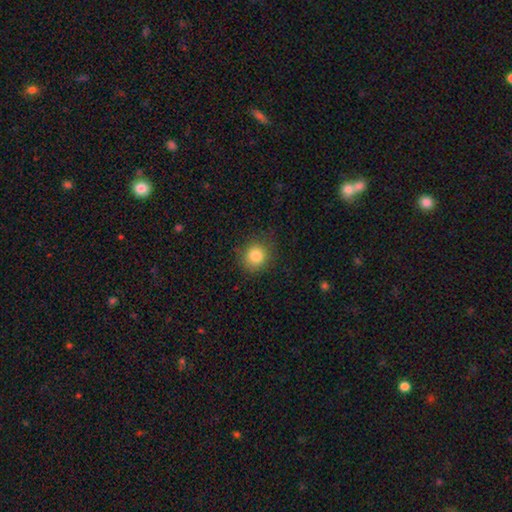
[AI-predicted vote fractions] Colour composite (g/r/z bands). It shows a smooth galaxy with no disk features (84%) that is round (88%). Merging: none (84%).